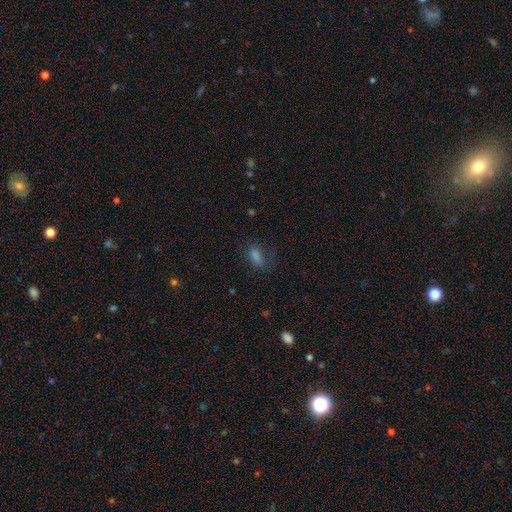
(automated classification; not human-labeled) Morphology: type=smooth (65%); roundness=in between (79%); merging=none (60%).